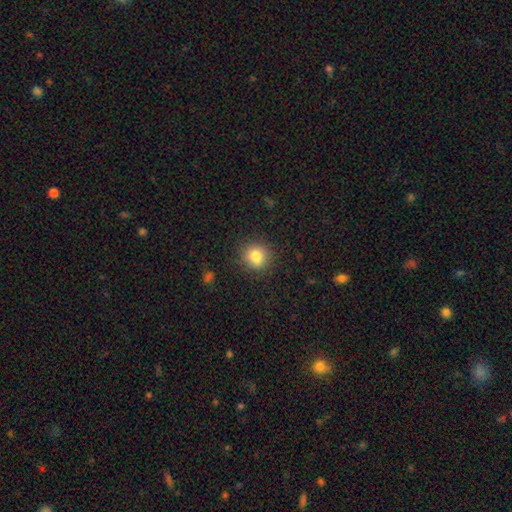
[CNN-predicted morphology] This is clearly a smooth galaxy (81%). How rounded: clearly round (89%). Merging: clearly none (84%).